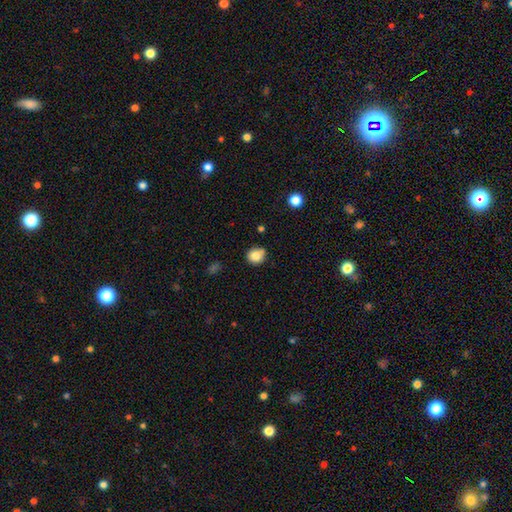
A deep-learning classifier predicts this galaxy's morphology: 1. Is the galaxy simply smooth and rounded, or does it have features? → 83% smooth, 10% star or artifact, 7% featured or disk.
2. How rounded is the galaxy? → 86% round, 13% in between, 1% cigar-shaped.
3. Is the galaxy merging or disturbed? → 76% none, 13% minor disturbance, 8% merger, 3% major disturbance.